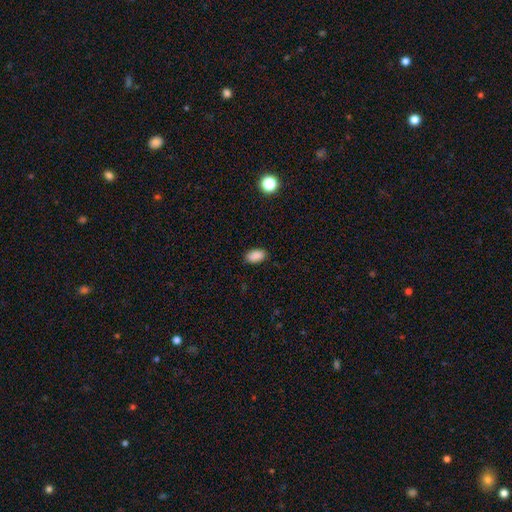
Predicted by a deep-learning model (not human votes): Smooth or featured: smooth — 88% (star or artifact — 9%)
How rounded: in between — 92% (round — 5%)
Merging: none — 87% (minor disturbance — 9%)